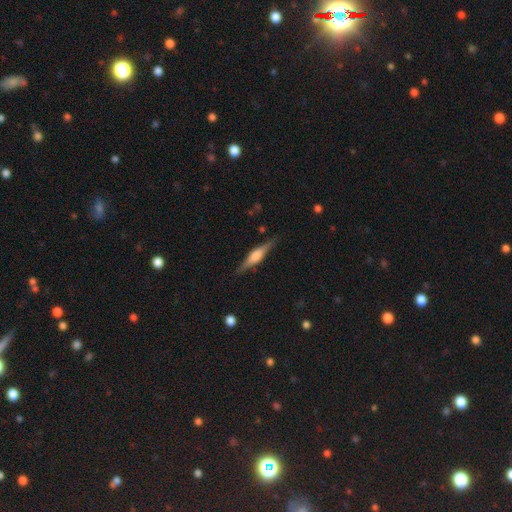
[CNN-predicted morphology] This is likely a featured or disk galaxy (65%). It is clearly viewed edge-on (97%). Edge-on bulge: likely rounded (75%). Merging: clearly none (87%).